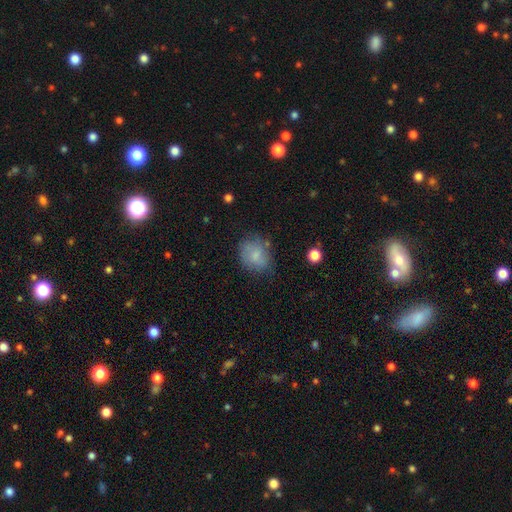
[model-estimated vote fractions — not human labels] This appears to be a smooth galaxy with no disk features (70%) that is round (52%). Merging: none (61%).